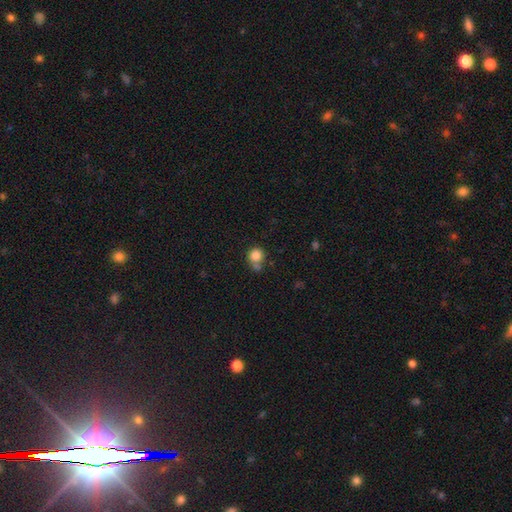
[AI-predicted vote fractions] A smooth galaxy with no disk features (83%) that is round (86%).

Vote fractions:
- Smooth or featured? smooth: 83% / star or artifact: 10% / featured or disk: 7%
- How rounded? round: 86% / in between: 13% / cigar-shaped: 1%
- Merging? none: 54% / merger: 22% / minor disturbance: 17% / major disturbance: 7%